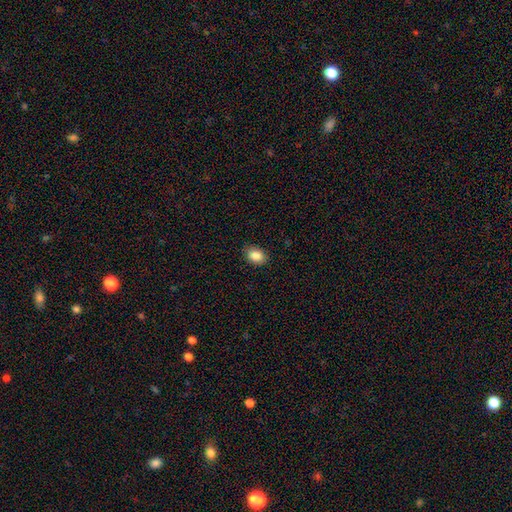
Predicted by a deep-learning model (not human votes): Morphology: type=smooth (86%); roundness=in between (73%); merging=none (86%).